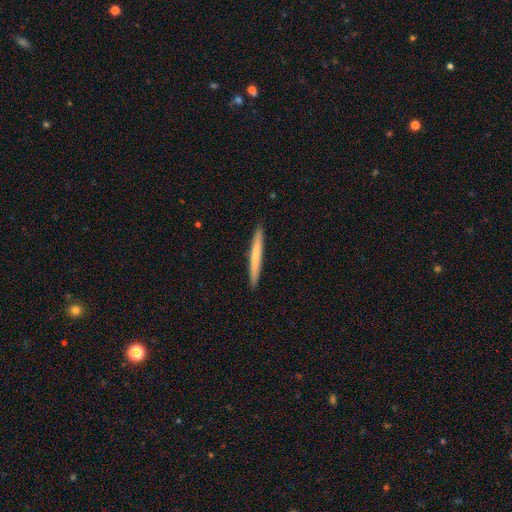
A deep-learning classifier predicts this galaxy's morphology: Smooth or featured? Predicted: smooth (p=0.57). How rounded? Predicted: cigar-shaped (p=0.97). Merging? Predicted: none (p=0.93).